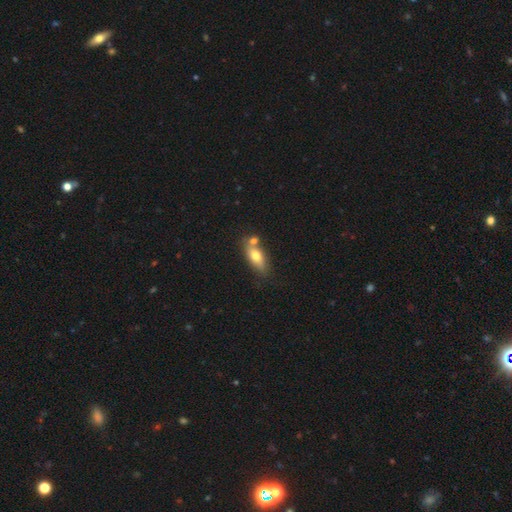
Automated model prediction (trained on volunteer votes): Overall: smooth (69%). How rounded: in between (77%). Merging: none (53%; merger 29%).